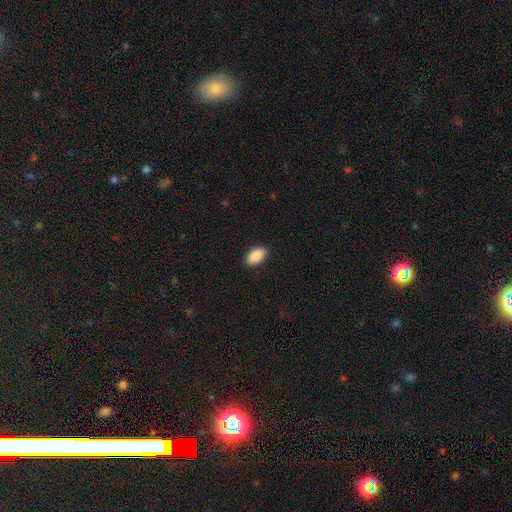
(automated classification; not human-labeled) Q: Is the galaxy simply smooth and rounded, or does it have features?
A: smooth — 91%.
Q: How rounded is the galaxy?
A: in between — 95%.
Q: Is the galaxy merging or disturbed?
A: none — 90%.